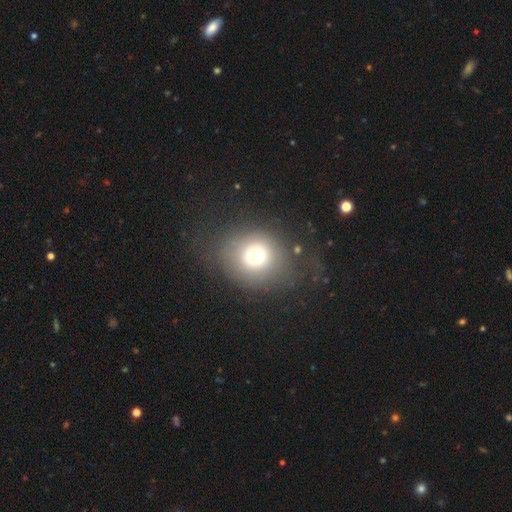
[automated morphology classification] A smooth galaxy with no disk features (72%) that is round (78%).

Vote fractions:
- Smooth or featured? smooth: 72% / star or artifact: 15% / featured or disk: 13%
- How rounded? round: 78% / in between: 22% / cigar-shaped: 1%
- Merging? none: 69% / minor disturbance: 15% / major disturbance: 14% / merger: 2%